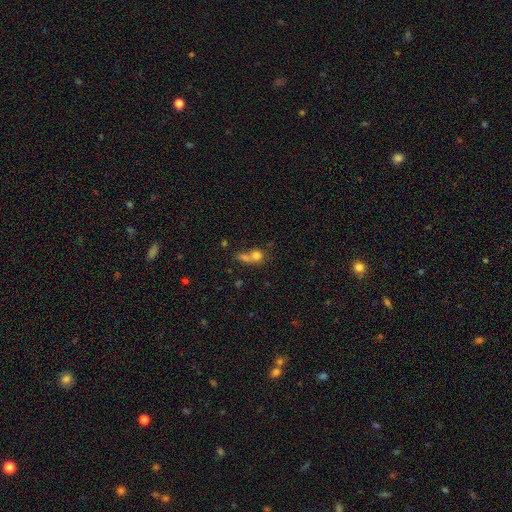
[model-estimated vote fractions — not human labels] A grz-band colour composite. It shows a smooth galaxy with no disk features (72%) that is round (75%). Merging: merger (52%).